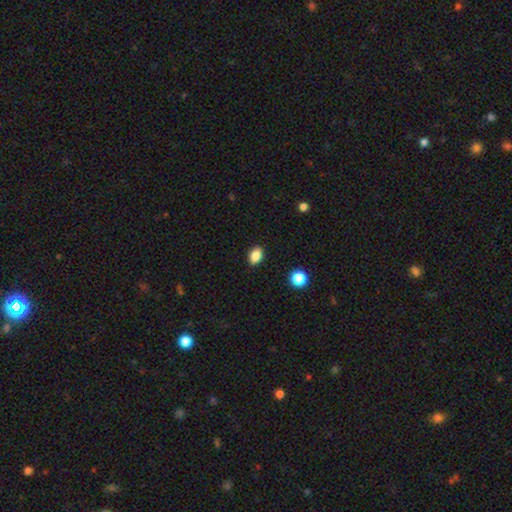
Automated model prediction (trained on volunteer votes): Smooth or featured?
  - smooth: 86% *
  - star or artifact: 9%
  - featured or disk: 4%
How rounded?
  - in between: 79% *
  - round: 20%
  - cigar-shaped: 1%
Merging?
  - none: 90% *
  - minor disturbance: 7%
  - major disturbance: 2%
  - merger: 1%